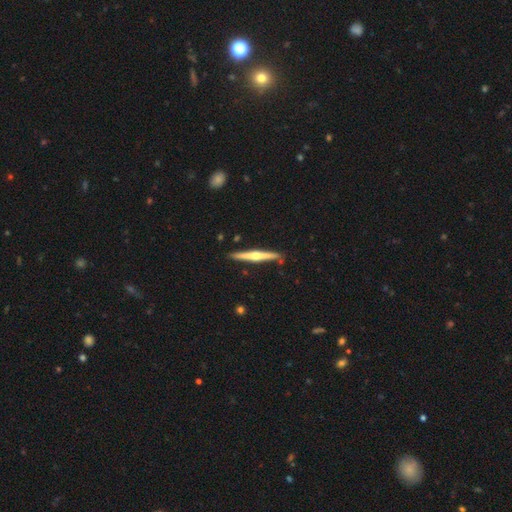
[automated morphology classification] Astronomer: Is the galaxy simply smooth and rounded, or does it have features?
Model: featured or disk — 70%.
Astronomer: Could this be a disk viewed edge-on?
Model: yes — 98%.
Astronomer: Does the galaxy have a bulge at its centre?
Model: rounded — 87%.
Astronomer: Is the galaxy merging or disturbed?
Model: none — 88%.